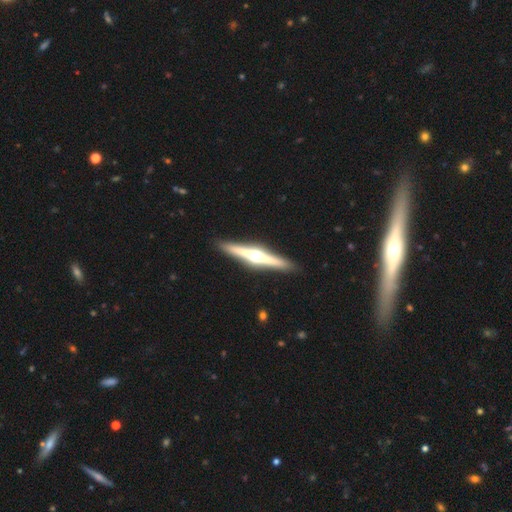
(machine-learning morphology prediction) Q: Smooth or featured?
A: featured or disk (78%); runner-up: smooth (17%)
Q: Edge-on disk?
A: yes (98%); runner-up: no (2%)
Q: Edge-on bulge?
A: rounded (95%); runner-up: boxy (3%)
Q: Merging?
A: none (92%); runner-up: minor disturbance (6%)